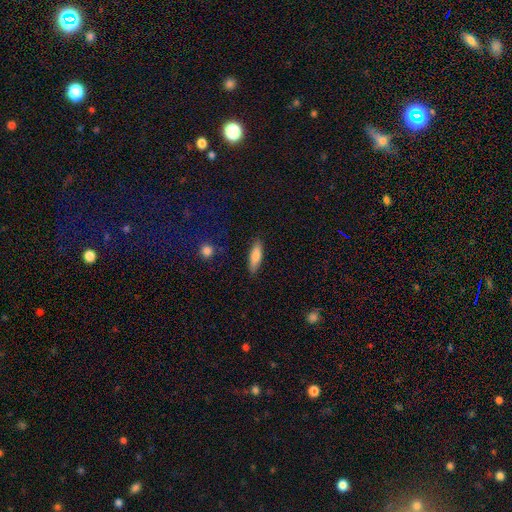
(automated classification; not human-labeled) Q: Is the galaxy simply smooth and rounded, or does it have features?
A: smooth — 81%.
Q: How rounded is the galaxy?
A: cigar-shaped — 54%.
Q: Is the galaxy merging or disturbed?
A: none — 85%.